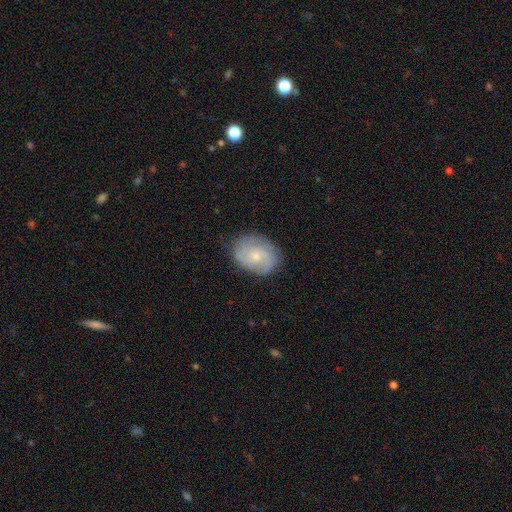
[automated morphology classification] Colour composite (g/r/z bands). It shows a featured or disk galaxy (67%) with no bar (68%), 2 (45%) tight (46%) spiral arms (91%) and a small central bulge (55%). Merging: none (77%).